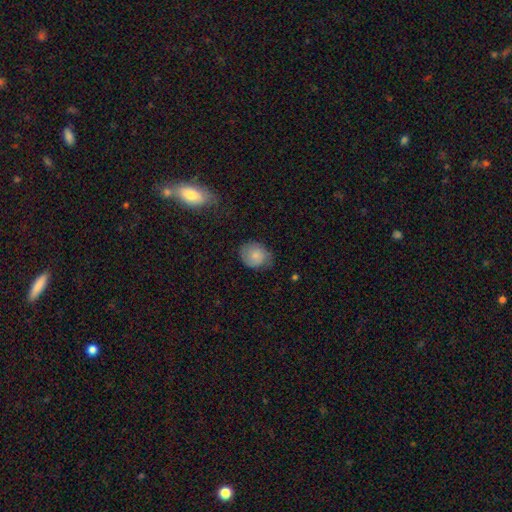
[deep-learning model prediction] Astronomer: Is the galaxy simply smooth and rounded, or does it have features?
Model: smooth — 71%.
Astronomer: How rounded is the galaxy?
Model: round — 61% (runner-up: in between, 38%).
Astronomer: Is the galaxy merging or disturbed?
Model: none — 58%.